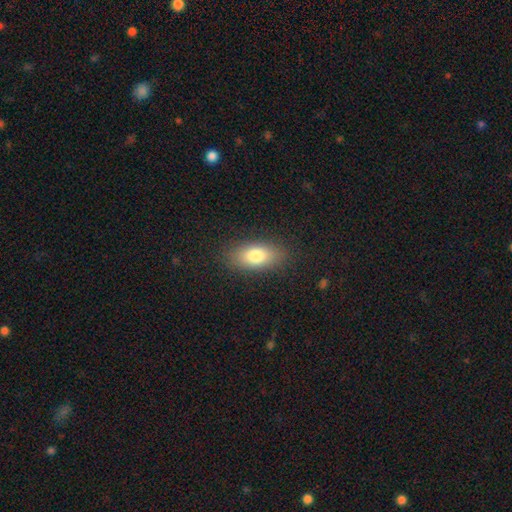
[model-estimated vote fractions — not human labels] A smooth galaxy with no disk features (79%) that is in between round and cigar-shaped (87%).

Vote fractions:
- Smooth or featured? smooth: 79% / featured or disk: 12% / star or artifact: 8%
- How rounded? in between: 87% / round: 7% / cigar-shaped: 6%
- Merging? none: 85% / minor disturbance: 10% / major disturbance: 4% / merger: 1%